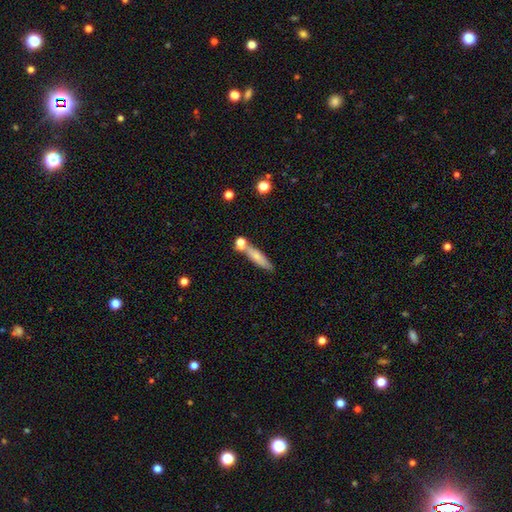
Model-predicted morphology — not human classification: Smooth or featured? Predicted: smooth (p=0.65). How rounded? Predicted: cigar-shaped (p=0.82). Merging? Predicted: none (p=0.64).